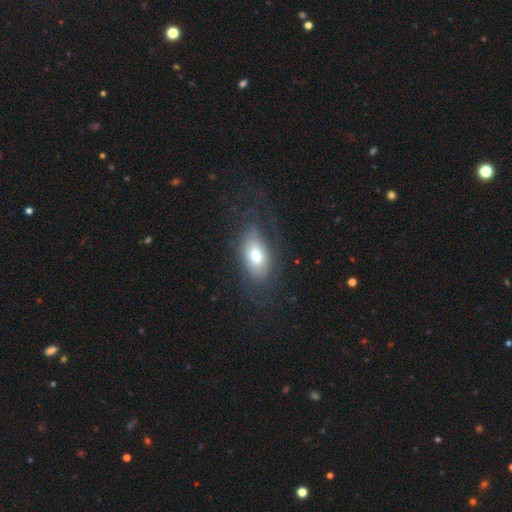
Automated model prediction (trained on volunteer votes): A smooth galaxy with no disk features (57%) that is in between round and cigar-shaped (90%). Merging: none (63%).